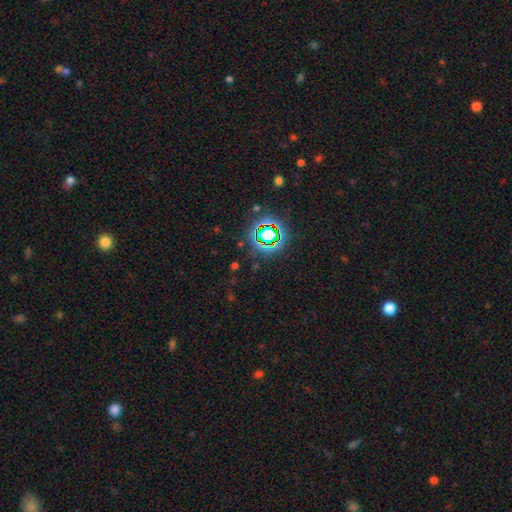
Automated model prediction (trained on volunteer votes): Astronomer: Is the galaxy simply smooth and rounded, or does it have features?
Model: star or artifact — 78%.